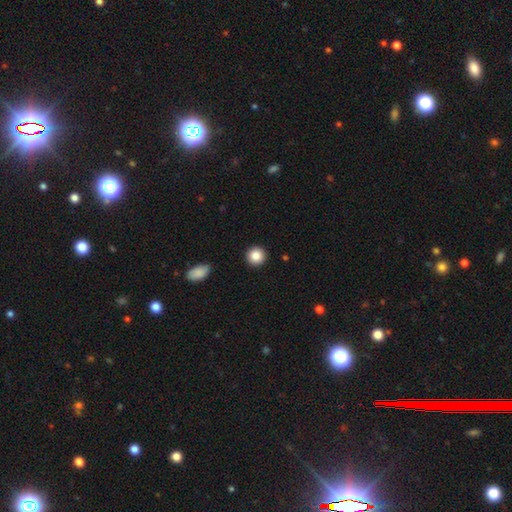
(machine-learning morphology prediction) smooth_or_featured: smooth (p=0.87) [alt: star or artifact p=0.09]
how_rounded: round (p=0.94) [alt: in between p=0.05]
merging: none (p=0.92) [alt: minor disturbance p=0.05]